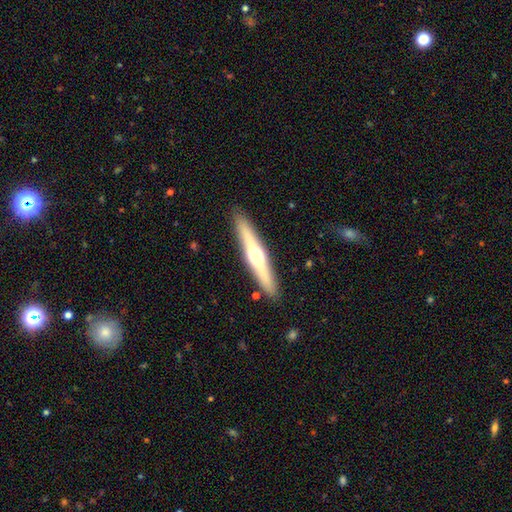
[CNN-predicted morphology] type=featured or disk (58%); edge-on=yes (95%); edge-on bulge=rounded (90%); merging=none (90%).